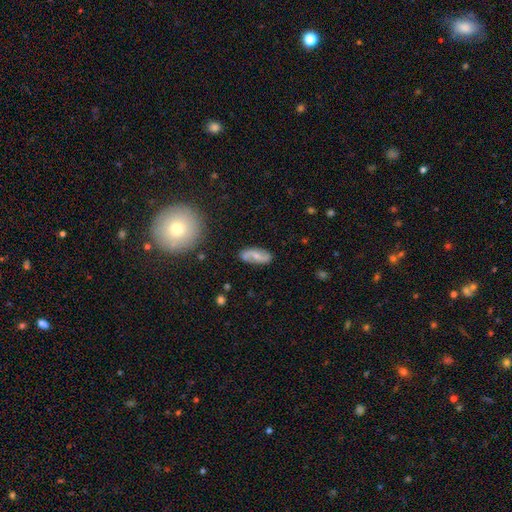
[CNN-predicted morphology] Q: Smooth or featured?
A: featured or disk (72%); runner-up: smooth (21%)
Q: Edge-on disk?
A: no (94%); runner-up: yes (6%)
Q: Bar?
A: weak (41%); runner-up: no (40%)
Q: Spiral arms?
A: yes (91%); runner-up: no (9%)
Q: Spiral winding?
A: loose (60%); runner-up: medium (29%)
Q: Spiral arm count?
A: 2 (91%); runner-up: can't tell (4%)
Q: Bulge size?
A: small (52%); runner-up: moderate (38%)
Q: Merging?
A: none (81%); runner-up: minor disturbance (13%)